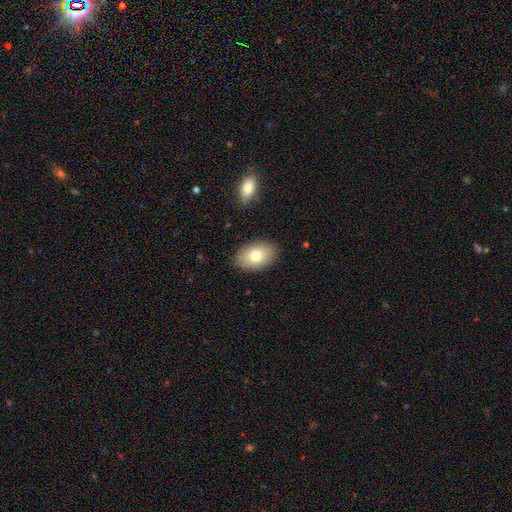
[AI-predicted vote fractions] smooth 78%, featured or disk 15%, star or artifact 7%. Down the decision tree: how rounded — in between (91%); merging — none (88%).